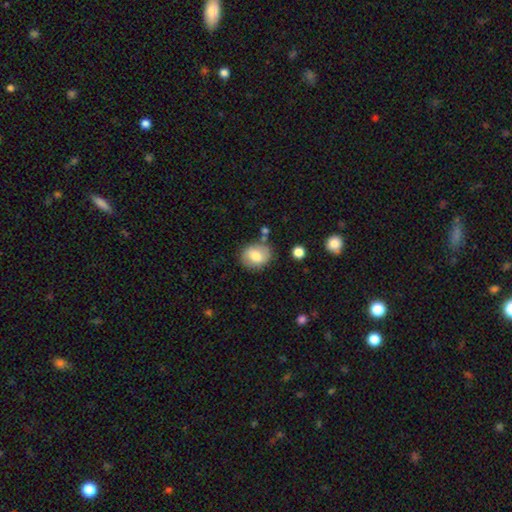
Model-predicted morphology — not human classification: This appears to be a smooth galaxy with no disk features (71%) that is round (57%). Merging: none (76%).